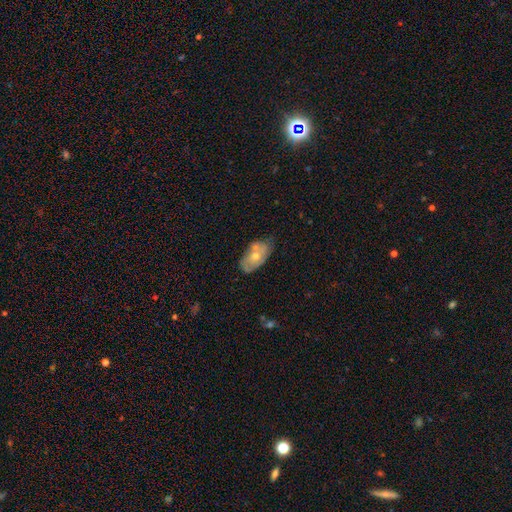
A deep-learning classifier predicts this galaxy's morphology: Smooth or featured? smooth (52%)
How rounded? in between (91%)
Merging? none (50%)